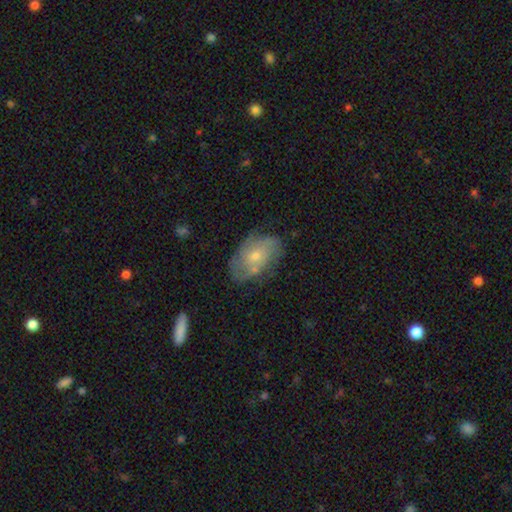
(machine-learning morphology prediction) The model was most divided on "bulge size": small: 53%, moderate: 41%, none: 2%, large: 2%, dominant: 1%. More confident: edge-on disk — no (95%); bar — no (78%); spiral arms — yes (68%); merging — none (61%); smooth or featured — featured or disk (53%).